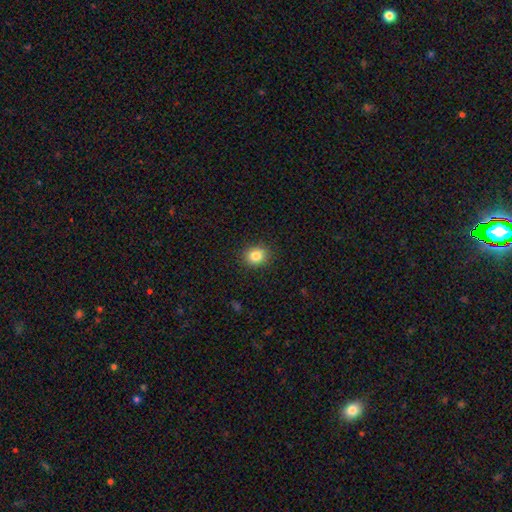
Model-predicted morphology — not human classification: Overall: smooth (84%). How rounded: round (65%; in between 34%). Merging: none (89%).